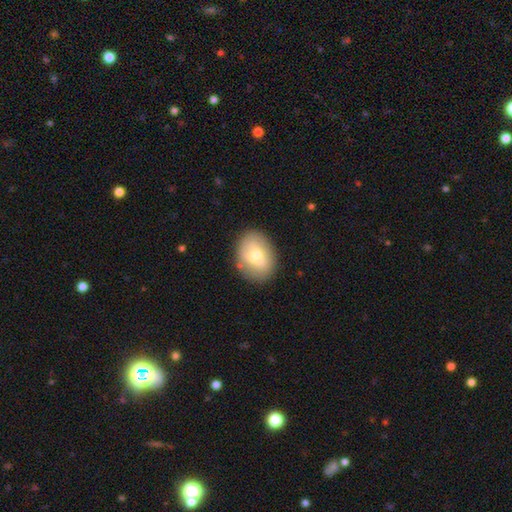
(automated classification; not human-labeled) Q: Smooth or featured?
A: smooth (65%); runner-up: featured or disk (27%)
Q: How rounded?
A: in between (68%); runner-up: round (31%)
Q: Merging?
A: none (71%); runner-up: minor disturbance (16%)